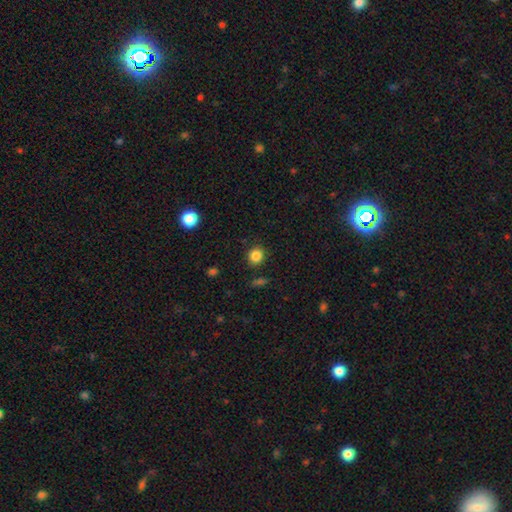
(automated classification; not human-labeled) A smooth galaxy with no disk features (85%) that is round (82%). Merging: none (88%).